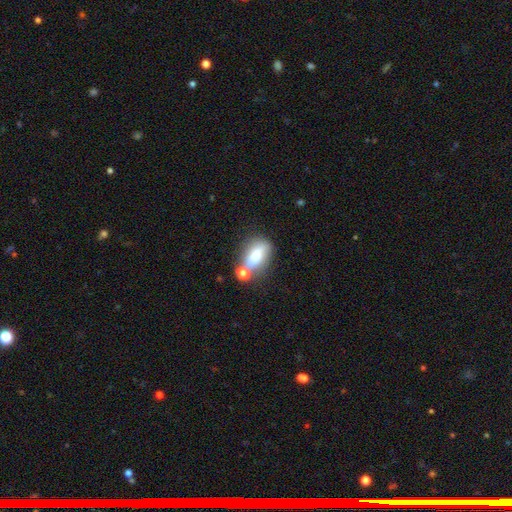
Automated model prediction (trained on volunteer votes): Q: Smooth or featured?
A: smooth (72%); runner-up: featured or disk (18%)
Q: How rounded?
A: in between (80%); runner-up: round (10%)
Q: Merging?
A: none (46%); runner-up: merger (27%)